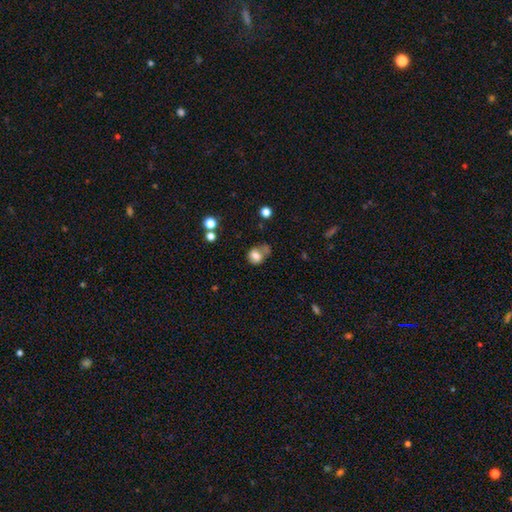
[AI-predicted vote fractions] smooth_or_featured: smooth (p=0.74) [alt: featured or disk p=0.15]
how_rounded: round (p=0.56) [alt: in between p=0.43]
merging: none (p=0.37) [alt: minor disturbance p=0.26]